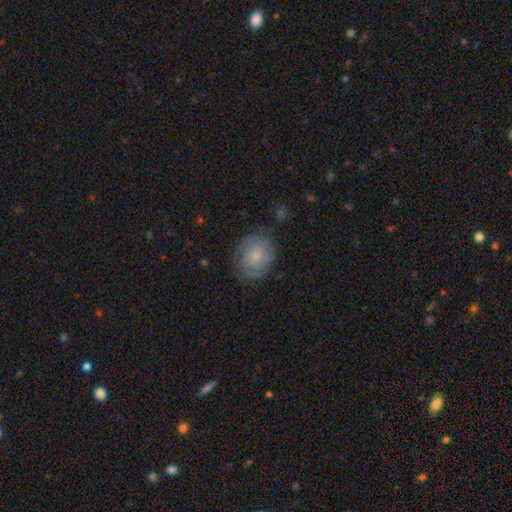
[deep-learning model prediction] smooth-or-featured: smooth: 57% | featured or disk: 35% | star or artifact: 8%
  how-rounded: in between: 50% | round: 49% | cigar-shaped: 1%
  merging: none: 72% | minor disturbance: 20% | major disturbance: 7% | merger: 1%